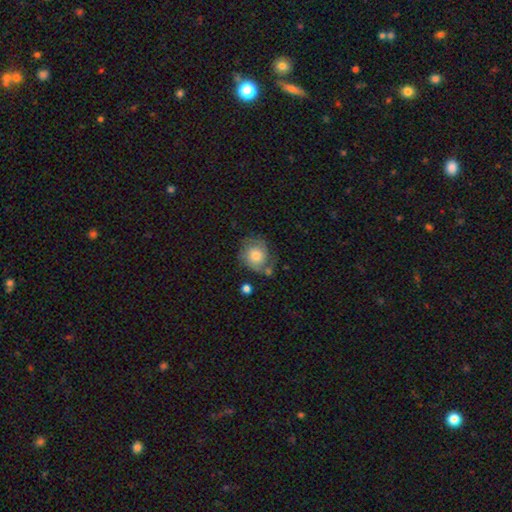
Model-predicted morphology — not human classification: smooth-or-featured: smooth: 53% | featured or disk: 39% | star or artifact: 8%
  how-rounded: round: 77% | in between: 22% | cigar-shaped: 1%
  merging: none: 56% | minor disturbance: 24% | major disturbance: 12% | merger: 8%